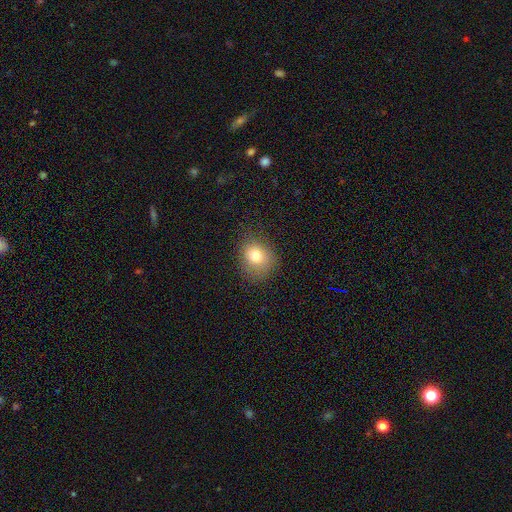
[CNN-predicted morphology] Q: Smooth or featured?
A: smooth (77%); runner-up: star or artifact (12%)
Q: How rounded?
A: round (66%); runner-up: in between (33%)
Q: Merging?
A: none (76%); runner-up: minor disturbance (17%)